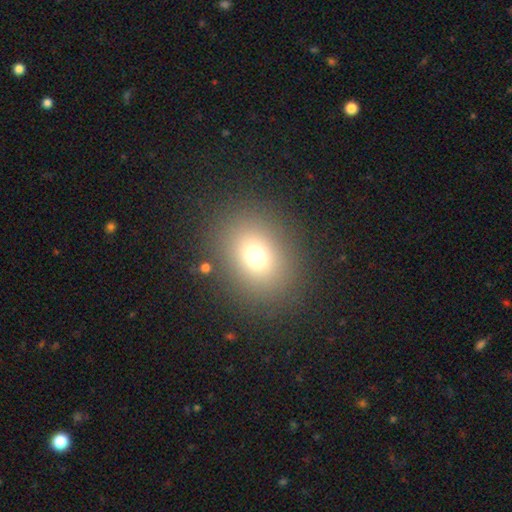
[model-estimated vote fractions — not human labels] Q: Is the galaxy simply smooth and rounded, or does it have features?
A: smooth — 71%.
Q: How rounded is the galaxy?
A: round — 53%.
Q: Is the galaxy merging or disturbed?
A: none — 85%.